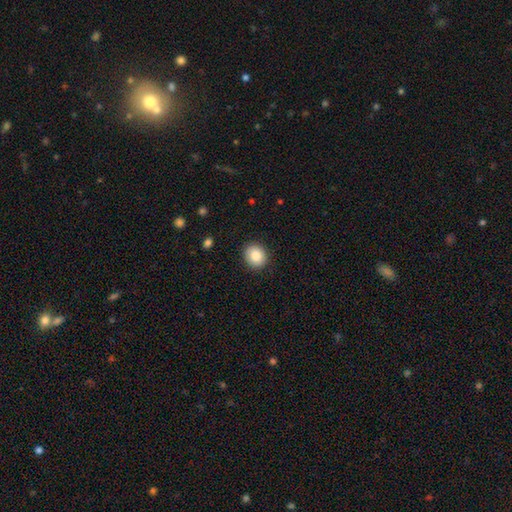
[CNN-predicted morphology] Smooth or featured?
  - smooth: 86% *
  - star or artifact: 8%
  - featured or disk: 6%
How rounded?
  - round: 73% *
  - in between: 26%
  - cigar-shaped: 1%
Merging?
  - none: 89% *
  - minor disturbance: 8%
  - major disturbance: 2%
  - merger: 1%